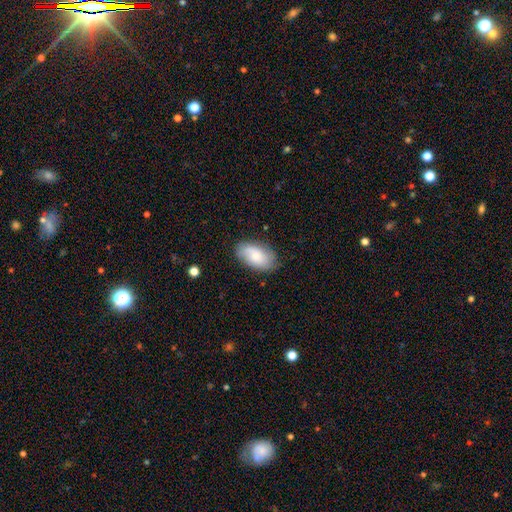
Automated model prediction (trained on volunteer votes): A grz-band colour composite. It shows a smooth galaxy with no disk features (68%) that is in between round and cigar-shaped (94%). Merging: none (76%).